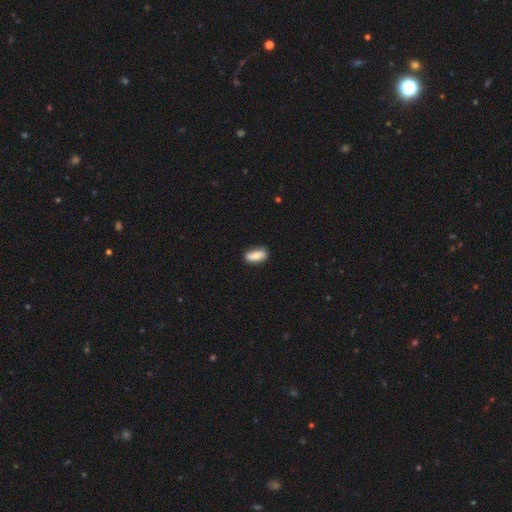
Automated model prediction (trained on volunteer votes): This is clearly a smooth galaxy (84%). How rounded: clearly in between (80%). Merging: likely none (79%).